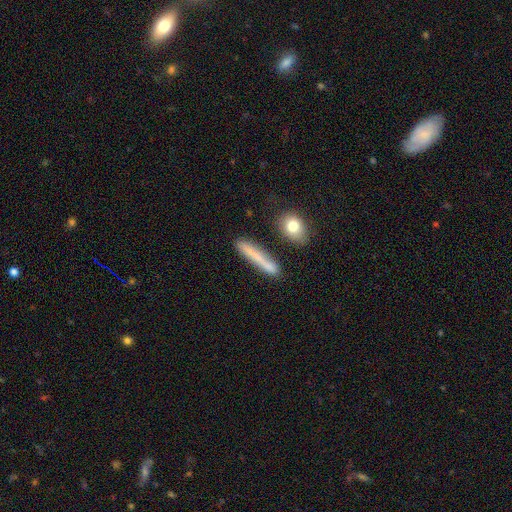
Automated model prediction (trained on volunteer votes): Smooth or featured? smooth (71%)
How rounded? cigar-shaped (91%)
Merging? none (77%)